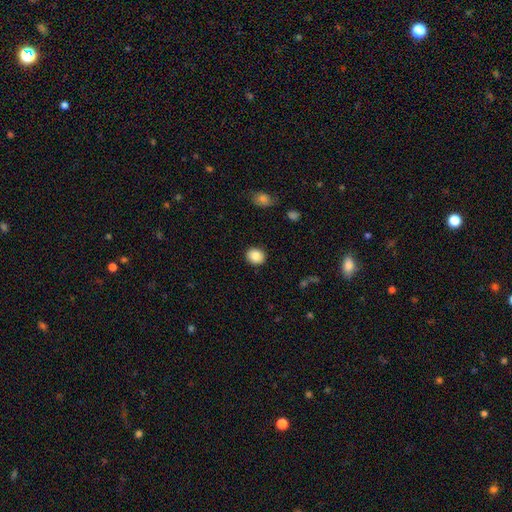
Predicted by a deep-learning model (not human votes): smooth-or-featured: smooth: 86% | star or artifact: 9% | featured or disk: 6%
  how-rounded: round: 74% | in between: 25% | cigar-shaped: 1%
  merging: none: 90% | minor disturbance: 7% | major disturbance: 2% | merger: 1%